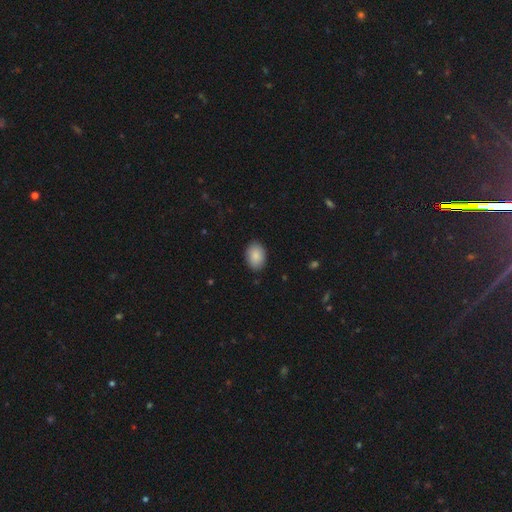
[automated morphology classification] Smooth or featured?
  - smooth: 88% *
  - star or artifact: 7%
  - featured or disk: 5%
How rounded?
  - in between: 81% *
  - round: 18%
  - cigar-shaped: 1%
Merging?
  - none: 87% *
  - minor disturbance: 10%
  - major disturbance: 2%
  - merger: 1%